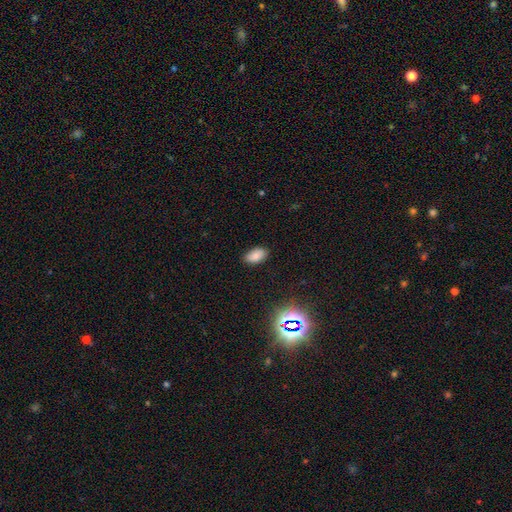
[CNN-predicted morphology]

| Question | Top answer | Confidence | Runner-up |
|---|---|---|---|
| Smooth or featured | smooth | 82% | star or artifact (12%) |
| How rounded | in between | 93% | round (4%) |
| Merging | none | 87% | minor disturbance (10%) |